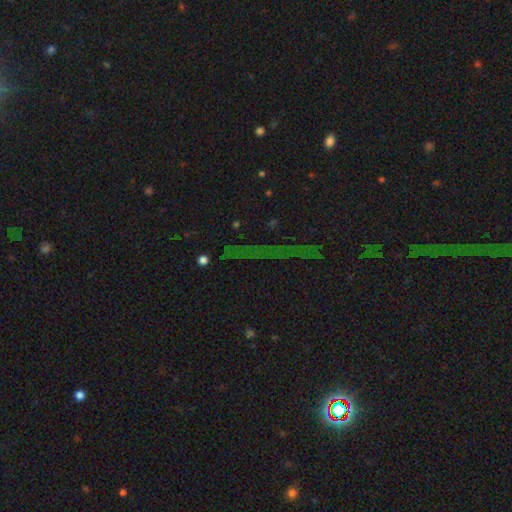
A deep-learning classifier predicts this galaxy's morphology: Smooth or featured? star or artifact (78%)